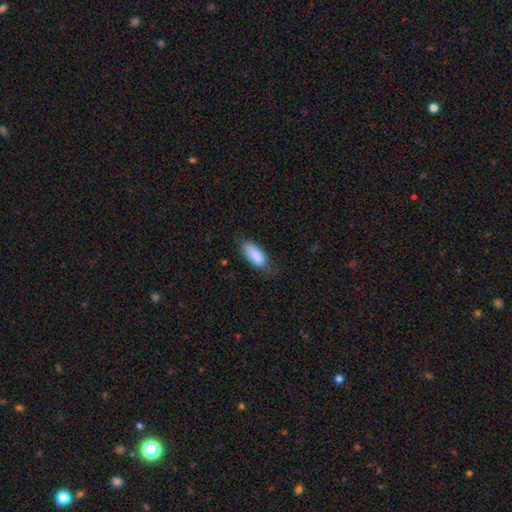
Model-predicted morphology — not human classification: Q: Smooth or featured?
A: smooth (85%); runner-up: featured or disk (8%)
Q: How rounded?
A: in between (82%); runner-up: cigar-shaped (16%)
Q: Merging?
A: none (62%); runner-up: minor disturbance (28%)